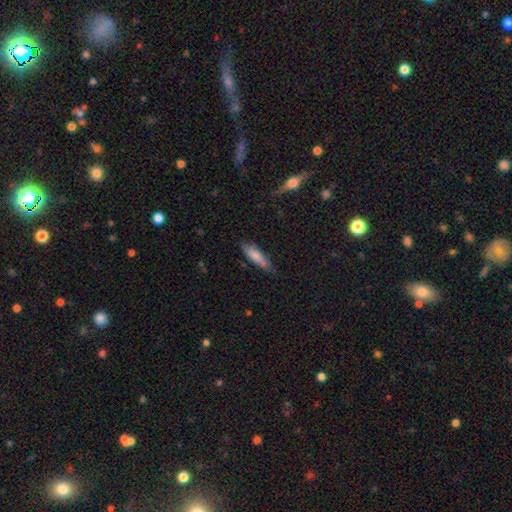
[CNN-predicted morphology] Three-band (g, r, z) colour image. It shows a smooth galaxy with no disk features (77%) that is cigar-shaped (50%). Merging: none (66%).